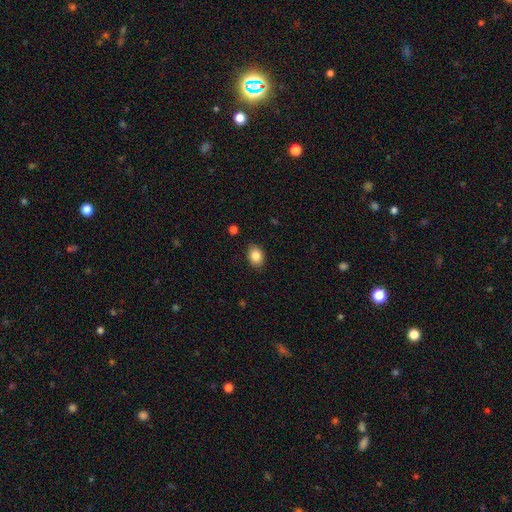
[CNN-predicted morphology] Smooth or featured? smooth (85%)
How rounded? in between (72%)
Merging? none (87%)